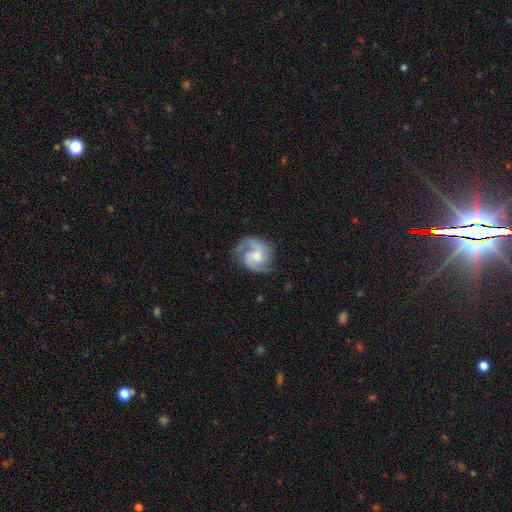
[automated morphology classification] Smooth or featured? Predicted: featured or disk (p=0.82). Edge-on disk? Predicted: no (p=0.98). Bar? Predicted: no (p=0.55). Spiral arms? Predicted: yes (p=0.96). Spiral winding? Predicted: medium (p=0.52). Spiral arm count? Predicted: 2 (p=0.77). Bulge size? Predicted: moderate (p=0.53). Merging? Predicted: none (p=0.70).